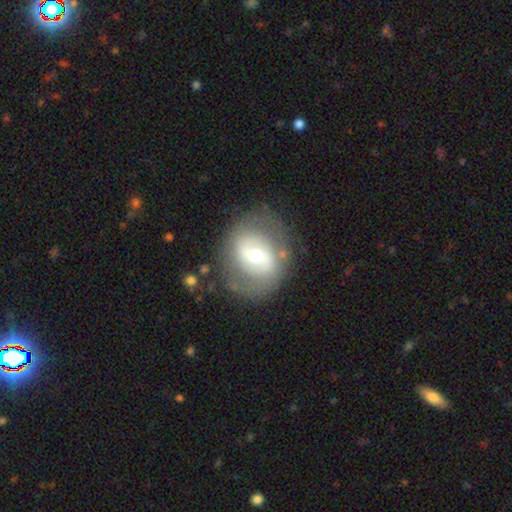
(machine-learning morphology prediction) Smooth or featured? featured or disk (59%)
Edge-on disk? no (95%)
Bar? weak (40%)
Spiral arms? no (52%)
Bulge size? moderate (61%)
Merging? none (74%)